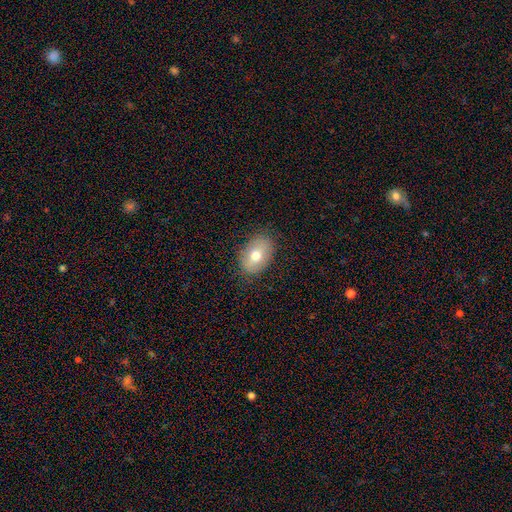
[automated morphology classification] smooth-or-featured: smooth: 69% | featured or disk: 23% | star or artifact: 8%
  how-rounded: in between: 82% | round: 16% | cigar-shaped: 1%
  merging: none: 83% | minor disturbance: 13% | major disturbance: 3% | merger: 1%